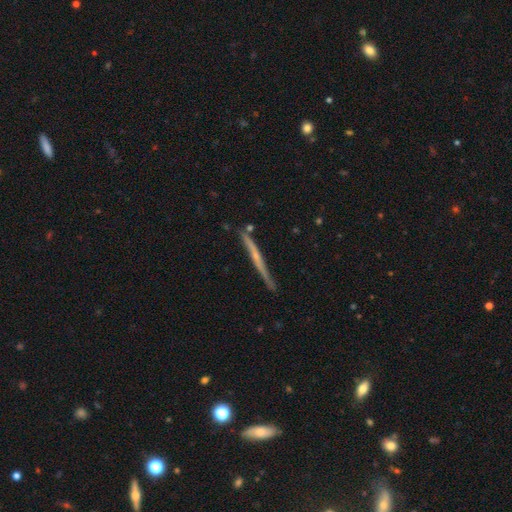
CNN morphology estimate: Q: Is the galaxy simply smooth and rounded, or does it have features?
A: featured or disk — 71%.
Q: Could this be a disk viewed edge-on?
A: yes — 97%.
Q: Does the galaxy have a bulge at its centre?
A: none — 51%.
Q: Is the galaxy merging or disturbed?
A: none — 82%.